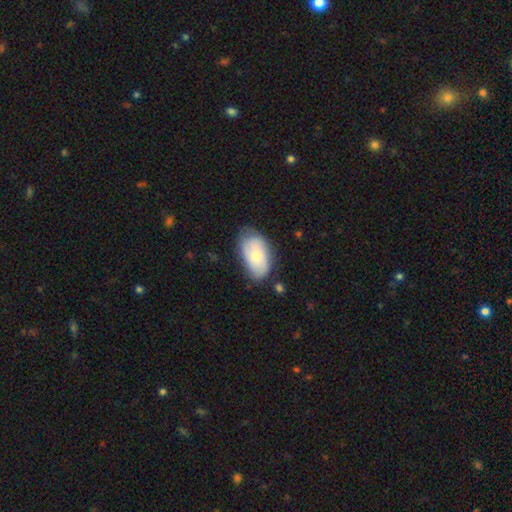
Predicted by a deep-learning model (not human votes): Smooth or featured? Predicted: smooth (p=0.65). How rounded? Predicted: in between (p=0.94). Merging? Predicted: none (p=0.68).